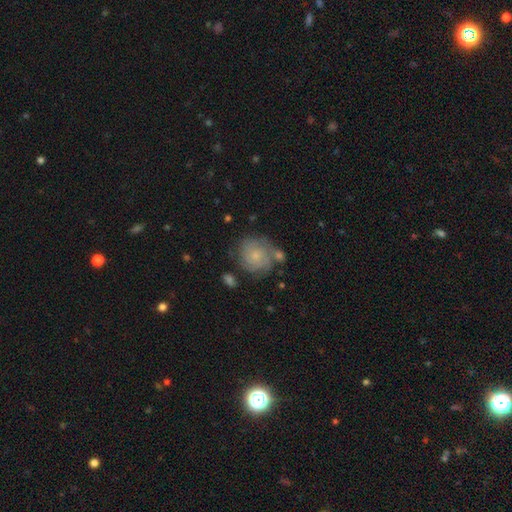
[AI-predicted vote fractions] This is possibly a smooth galaxy (46%). Merging: possibly none (59%).